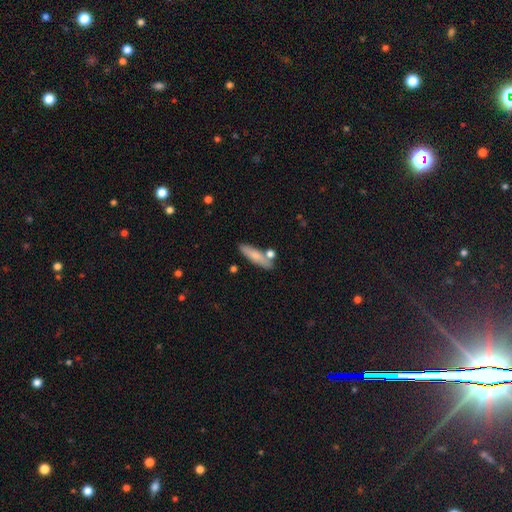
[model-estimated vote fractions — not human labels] smooth 74%, featured or disk 20%, star or artifact 6%. Down the decision tree: how rounded — cigar-shaped (69%); merging — none (74%).